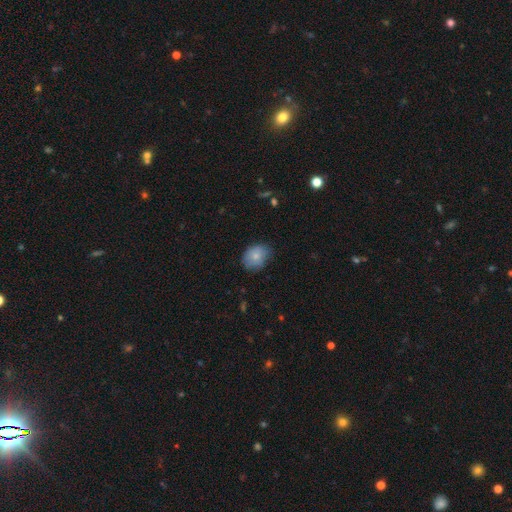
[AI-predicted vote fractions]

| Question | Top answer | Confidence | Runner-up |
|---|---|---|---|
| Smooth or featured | smooth | 79% | featured or disk (13%) |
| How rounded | in between | 60% | round (39%) |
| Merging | none | 71% | minor disturbance (23%) |